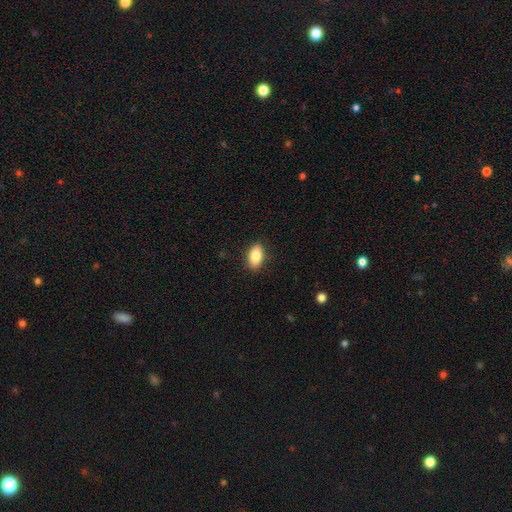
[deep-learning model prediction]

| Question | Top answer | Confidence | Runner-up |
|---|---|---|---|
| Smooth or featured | smooth | 82% | featured or disk (11%) |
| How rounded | in between | 90% | round (6%) |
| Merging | none | 88% | minor disturbance (9%) |